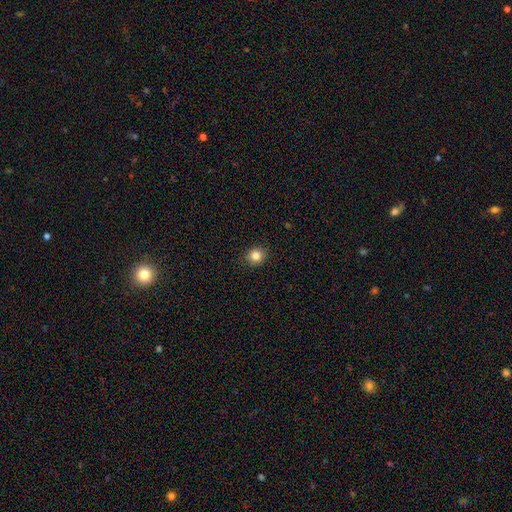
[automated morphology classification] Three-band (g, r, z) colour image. It shows a smooth galaxy with no disk features (84%) that is round (82%). Merging: none (91%).